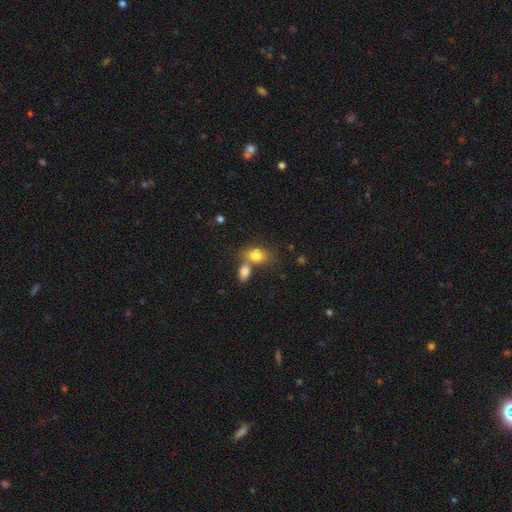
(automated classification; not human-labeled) Smooth or featured: smooth — 81% (featured or disk — 11%)
How rounded: in between — 81% (round — 16%)
Merging: merger — 43% (none — 42%)